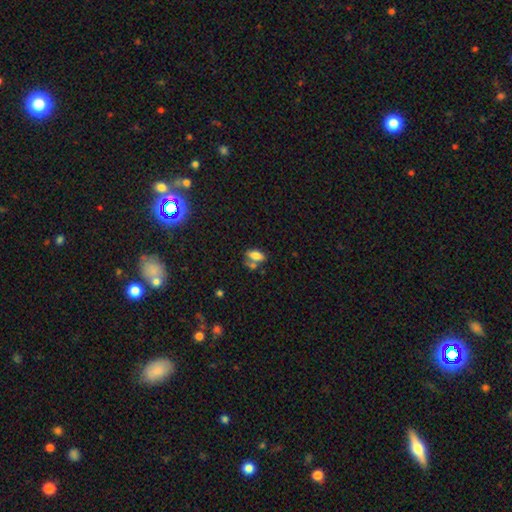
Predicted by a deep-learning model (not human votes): Smooth or featured: smooth — 78% (featured or disk — 12%)
How rounded: in between — 87% (cigar-shaped — 8%)
Merging: none — 49% (merger — 31%)